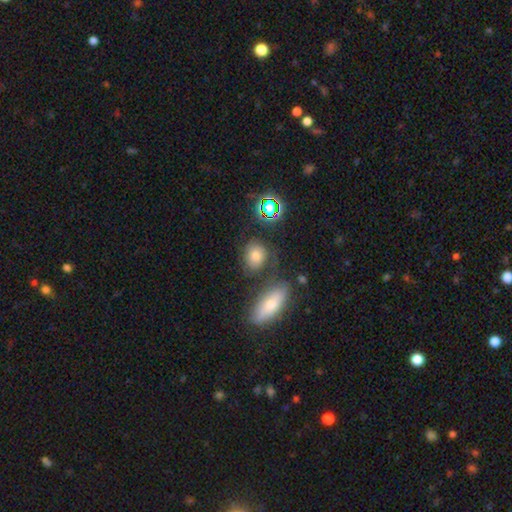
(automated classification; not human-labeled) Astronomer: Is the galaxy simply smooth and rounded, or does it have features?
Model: smooth — 70%.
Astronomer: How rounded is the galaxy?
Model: round — 54% (runner-up: in between, 43%).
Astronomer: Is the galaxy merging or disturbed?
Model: none — 71%.